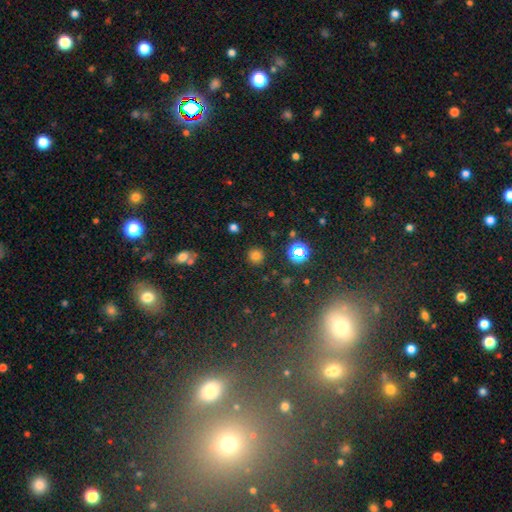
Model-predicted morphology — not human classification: type=smooth (74%); roundness=round (93%); merging=none (89%).